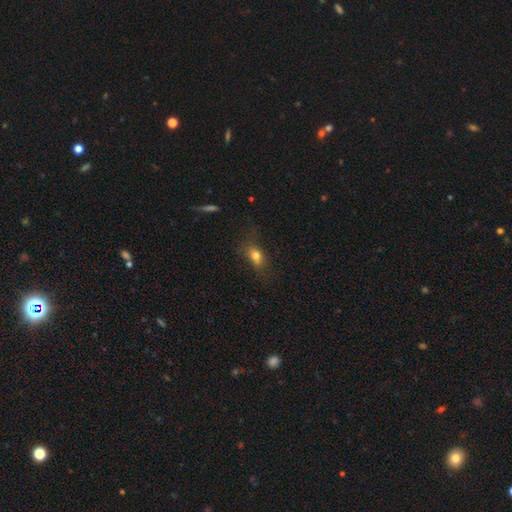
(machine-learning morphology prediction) The model was most divided on "merging": none: 56%, minor disturbance: 25%, major disturbance: 15%, merger: 4%. More confident: smooth or featured — smooth (73%); how rounded — in between (68%).